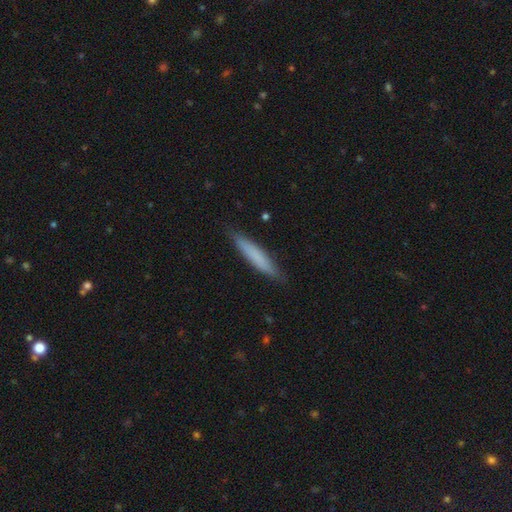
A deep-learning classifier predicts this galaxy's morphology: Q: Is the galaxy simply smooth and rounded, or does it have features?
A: smooth — 74%.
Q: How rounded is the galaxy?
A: cigar-shaped — 91%.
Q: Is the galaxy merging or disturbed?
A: none — 86%.